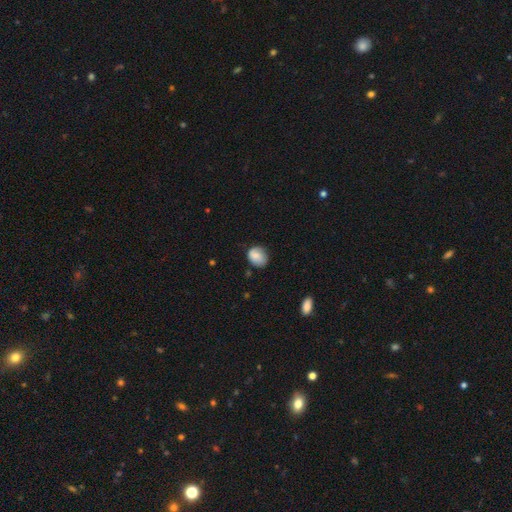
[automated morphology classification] smooth_or_featured: smooth (p=0.79) [alt: featured or disk p=0.14]
how_rounded: round (p=0.58) [alt: in between p=0.41]
merging: none (p=0.66) [alt: minor disturbance p=0.27]